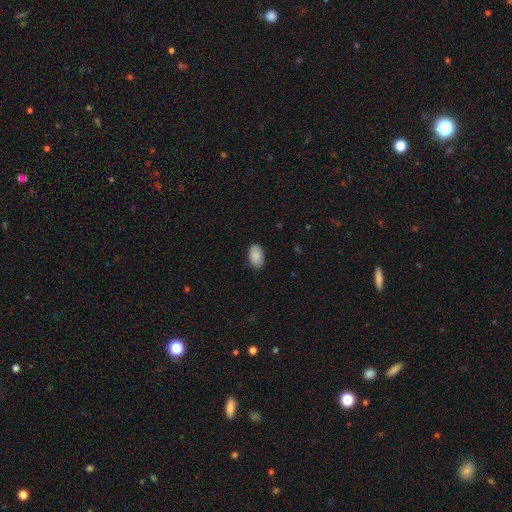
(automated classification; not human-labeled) smooth 88%, star or artifact 6%, featured or disk 6%. Down the decision tree: how rounded — in between (94%); merging — none (87%).